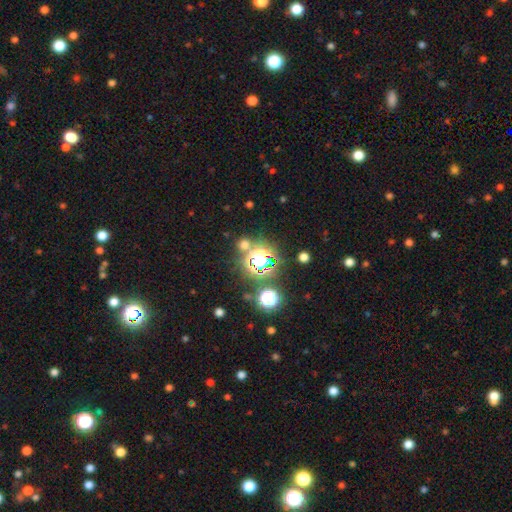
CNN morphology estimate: Q: Smooth or featured?
A: star or artifact (78%); runner-up: smooth (15%)